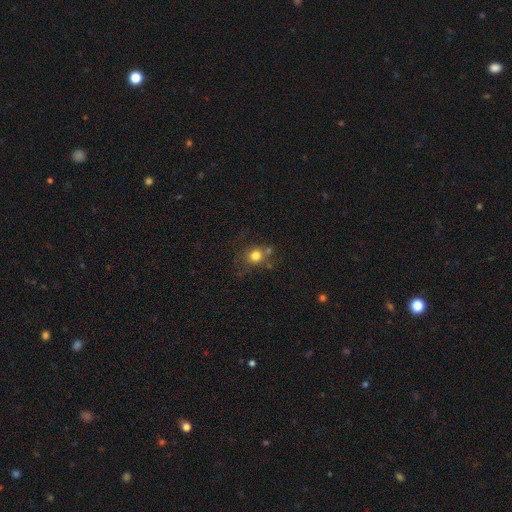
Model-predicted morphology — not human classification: A smooth galaxy with no disk features (77%) that is round (79%).

Vote fractions:
- Smooth or featured? smooth: 77% / star or artifact: 13% / featured or disk: 10%
- How rounded? round: 79% / in between: 20% / cigar-shaped: 1%
- Merging? none: 62% / minor disturbance: 17% / merger: 13% / major disturbance: 8%